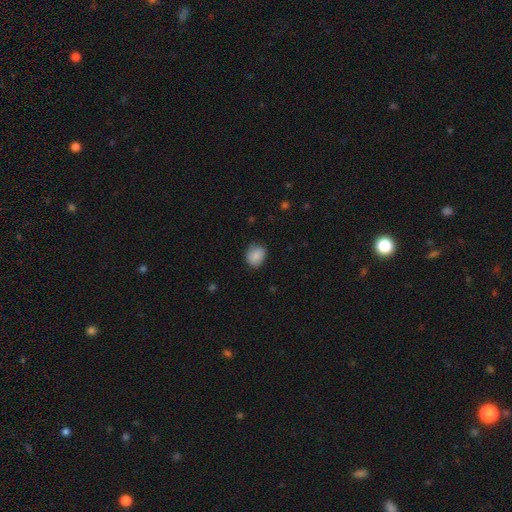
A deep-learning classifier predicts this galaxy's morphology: Smooth or featured: smooth — 87% (star or artifact — 7%)
How rounded: round — 57% (in between — 42%)
Merging: none — 77% (minor disturbance — 18%)